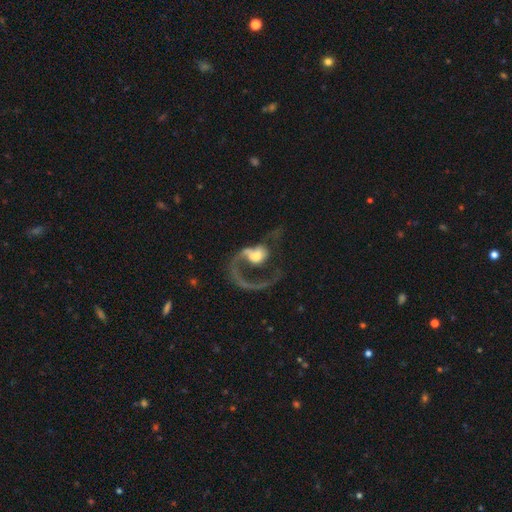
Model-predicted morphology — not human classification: smooth-or-featured: featured or disk: 74% | smooth: 18% | star or artifact: 8%
  disk-edge-on: no: 97% | yes: 3%
    bar: no: 64% | weak: 27% | strong: 10%
    has-spiral-arms: yes: 80% | no: 20%
      spiral-winding: loose: 64% | medium: 28% | tight: 8%
      spiral-arm-count: 1: 78% | 2: 14% | can't tell: 4% | 3: 2% | 4: 1% | more than 4: 1%
    bulge-size: moderate: 45% | large: 23% | small: 20% | none: 8% | dominant: 5%
  merging: major disturbance: 54% | none: 22% | merger: 14% | minor disturbance: 10%